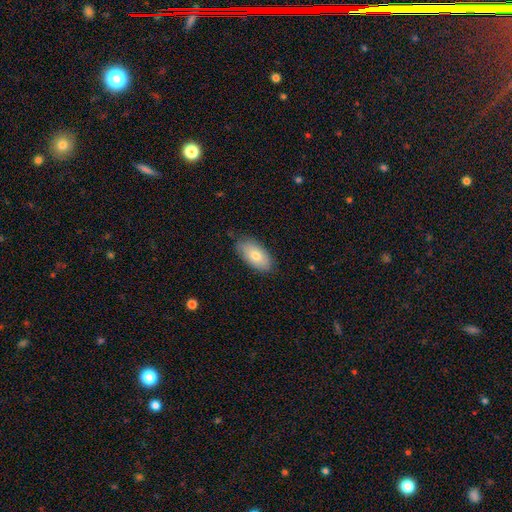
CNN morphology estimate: type=smooth (75%); roundness=in between (93%); merging=none (79%).